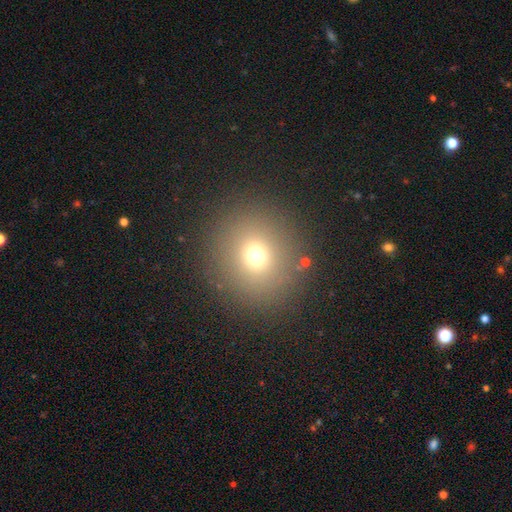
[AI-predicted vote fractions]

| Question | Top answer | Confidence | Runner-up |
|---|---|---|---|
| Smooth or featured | smooth | 70% | star or artifact (19%) |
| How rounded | round | 88% | in between (11%) |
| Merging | none | 87% | minor disturbance (7%) |